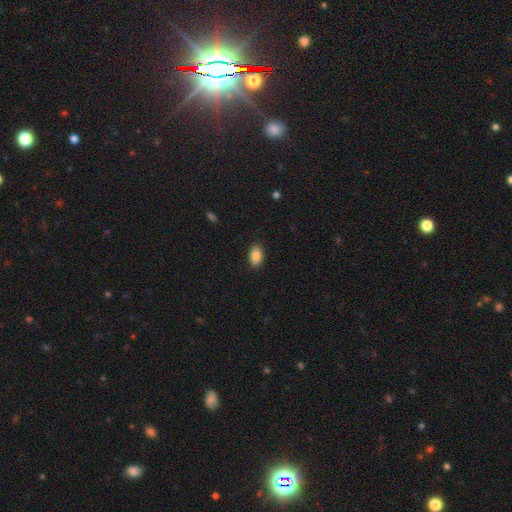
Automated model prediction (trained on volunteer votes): smooth-or-featured: smooth: 86% | star or artifact: 8% | featured or disk: 6%
  how-rounded: in between: 91% | round: 7% | cigar-shaped: 2%
  merging: none: 89% | minor disturbance: 8% | major disturbance: 2% | merger: 1%